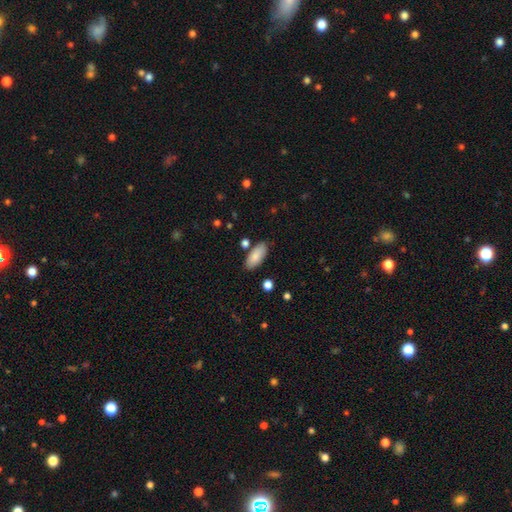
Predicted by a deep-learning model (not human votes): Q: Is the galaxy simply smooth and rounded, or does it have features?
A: smooth — 85%.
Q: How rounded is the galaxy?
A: in between — 87%.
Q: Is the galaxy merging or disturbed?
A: none — 82%.